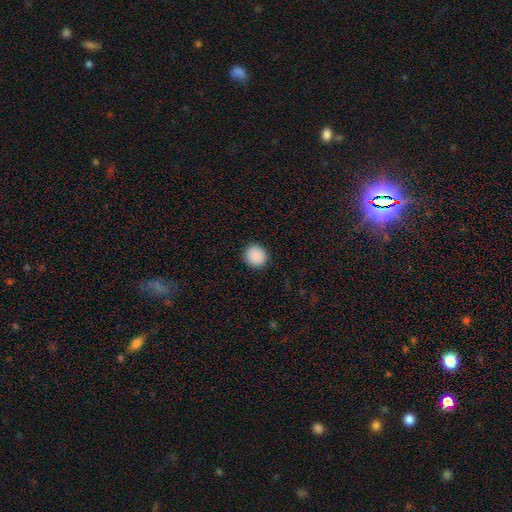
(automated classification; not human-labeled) smooth-or-featured: smooth: 90% | star or artifact: 8% | featured or disk: 2%
  how-rounded: round: 91% | in between: 8% | cigar-shaped: 1%
  merging: none: 92% | minor disturbance: 6% | major disturbance: 2% | merger: 1%